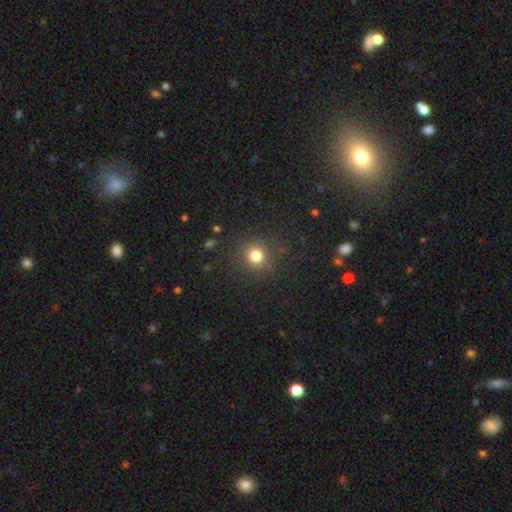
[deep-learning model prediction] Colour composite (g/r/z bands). It shows a smooth galaxy with no disk features (77%) that is round (91%). Merging: none (87%).